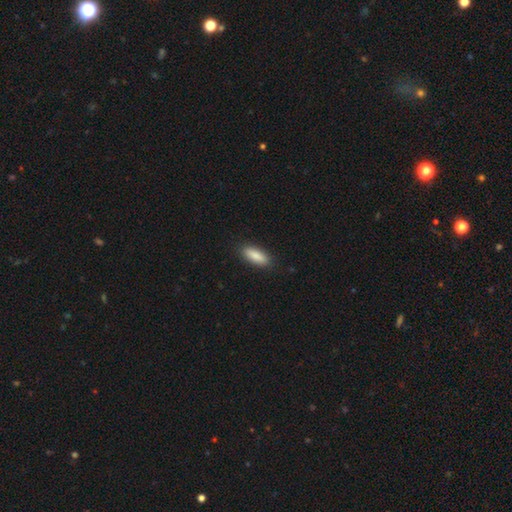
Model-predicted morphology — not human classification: Q: Smooth or featured?
A: smooth (87%); runner-up: featured or disk (7%)
Q: How rounded?
A: in between (67%); runner-up: cigar-shaped (31%)
Q: Merging?
A: none (88%); runner-up: minor disturbance (9%)